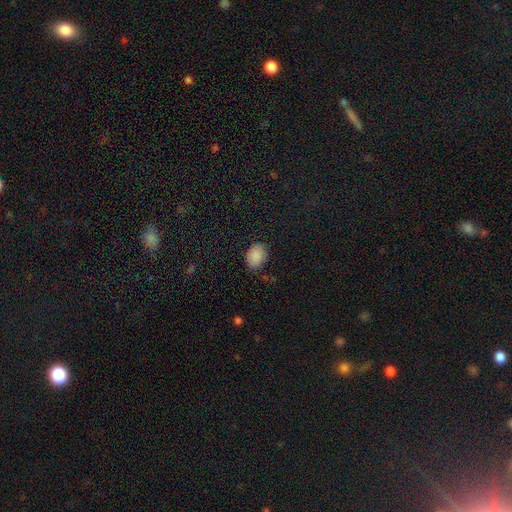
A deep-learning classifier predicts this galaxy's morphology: A smooth galaxy with no disk features (87%) that is in between round and cigar-shaped (71%). Merging: none (79%).